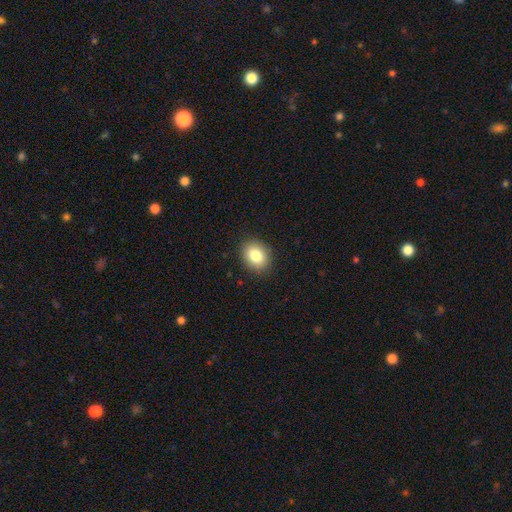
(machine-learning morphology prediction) Q: Smooth or featured?
A: smooth (83%); runner-up: star or artifact (9%)
Q: How rounded?
A: in between (53%); runner-up: round (46%)
Q: Merging?
A: none (89%); runner-up: minor disturbance (8%)